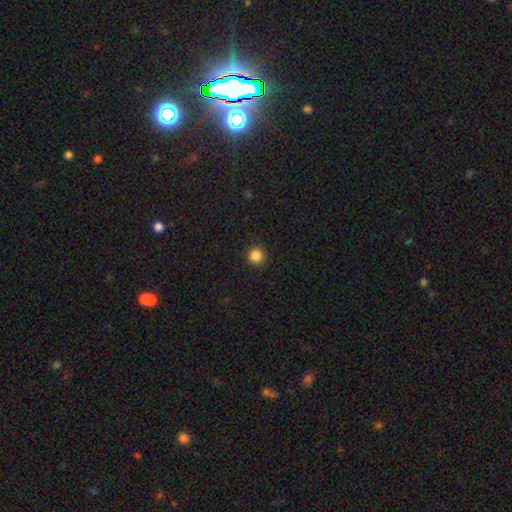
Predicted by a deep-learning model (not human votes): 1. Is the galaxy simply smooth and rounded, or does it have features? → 86% smooth, 11% star or artifact, 3% featured or disk.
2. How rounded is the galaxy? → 96% round, 3% in between, 1% cigar-shaped.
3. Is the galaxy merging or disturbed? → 93% none, 4% minor disturbance, 2% major disturbance, 1% merger.